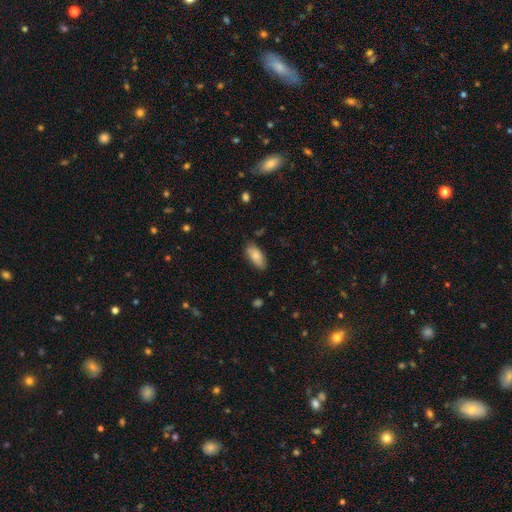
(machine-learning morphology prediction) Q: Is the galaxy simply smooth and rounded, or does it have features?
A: smooth — 80%.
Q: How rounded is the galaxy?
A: in between — 84%.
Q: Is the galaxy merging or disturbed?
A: none — 76%.